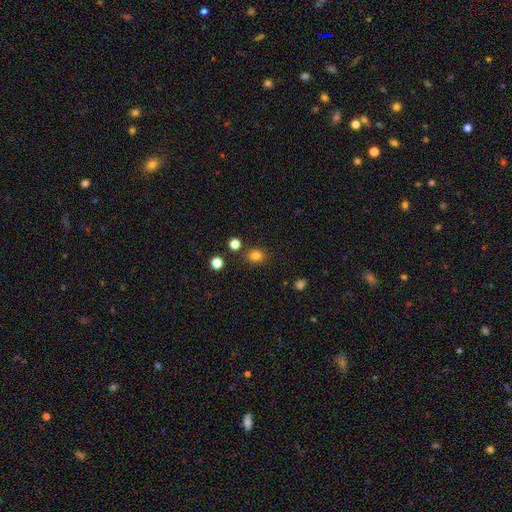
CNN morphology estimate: This appears to be a smooth galaxy with no disk features (82%) that is round (67%). Merging: none (82%).